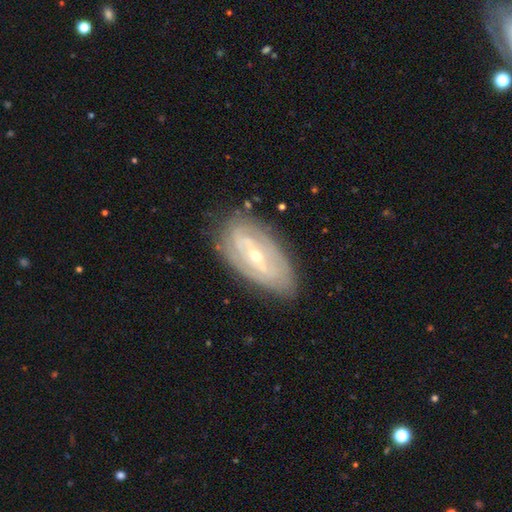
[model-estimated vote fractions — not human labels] Smooth or featured: featured or disk — 79% (smooth — 15%)
Edge-on disk: no — 90% (yes — 10%)
Bar: weak — 38% (strong — 35%)
Spiral arms: yes — 77% (no — 23%)
Spiral winding: tight — 59% (medium — 29%)
Spiral arm count: 2 — 42% (can't tell — 40%)
Bulge size: small — 61% (moderate — 36%)
Merging: none — 78% (minor disturbance — 16%)